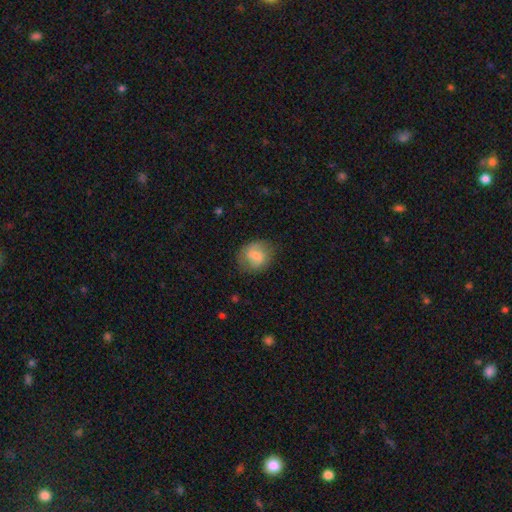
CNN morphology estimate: A smooth galaxy with no disk features (66%) that is round (67%).

Vote fractions:
- Smooth or featured? smooth: 66% / featured or disk: 26% / star or artifact: 8%
- How rounded? round: 67% / in between: 32% / cigar-shaped: 1%
- Merging? none: 71% / minor disturbance: 20% / major disturbance: 8% / merger: 1%